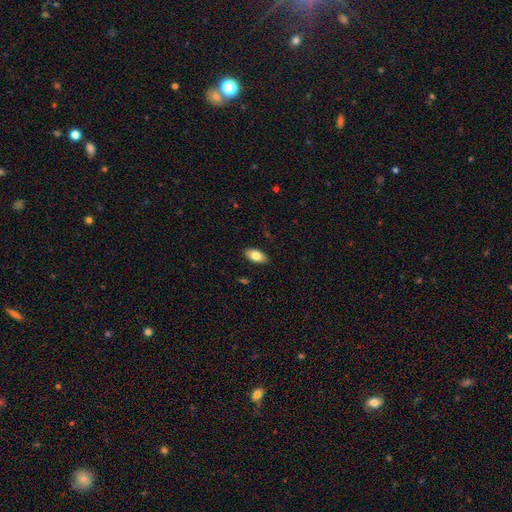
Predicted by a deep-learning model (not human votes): Smooth or featured?
  - smooth: 80% *
  - featured or disk: 13%
  - star or artifact: 7%
How rounded?
  - in between: 93% *
  - cigar-shaped: 4%
  - round: 3%
Merging?
  - none: 89% *
  - minor disturbance: 8%
  - major disturbance: 2%
  - merger: 1%